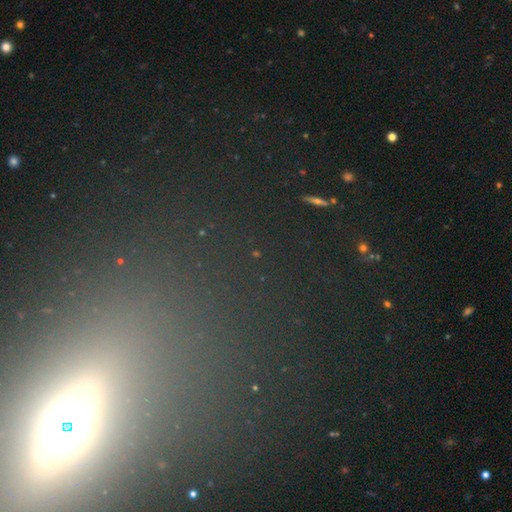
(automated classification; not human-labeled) star or artifact 60%, smooth 23%, featured or disk 17%.